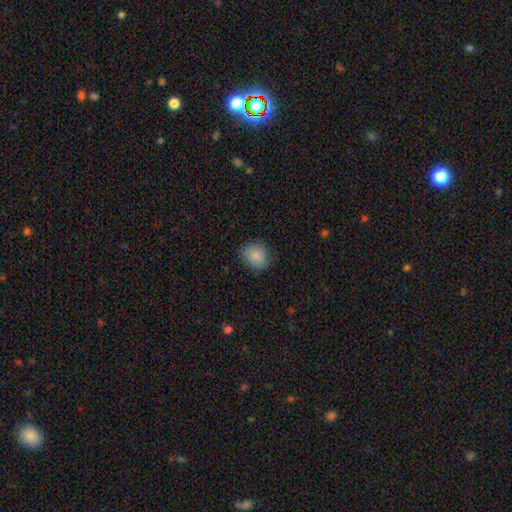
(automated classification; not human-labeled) Morphology: type=smooth (85%); roundness=round (66%); merging=none (80%).